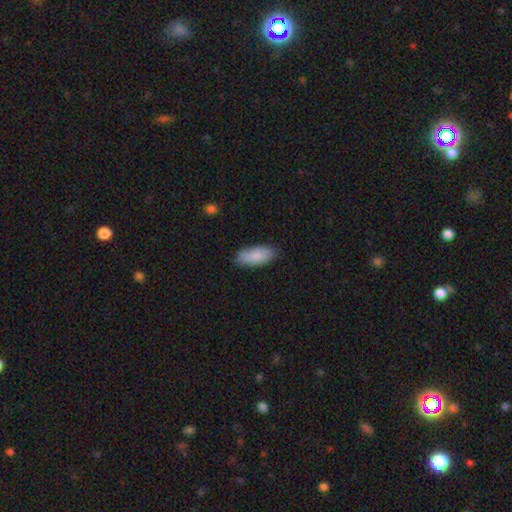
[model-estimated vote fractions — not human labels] smooth-or-featured: smooth: 85% | featured or disk: 9% | star or artifact: 6%
  how-rounded: in between: 86% | cigar-shaped: 12% | round: 2%
  merging: none: 82% | minor disturbance: 14% | major disturbance: 2% | merger: 1%